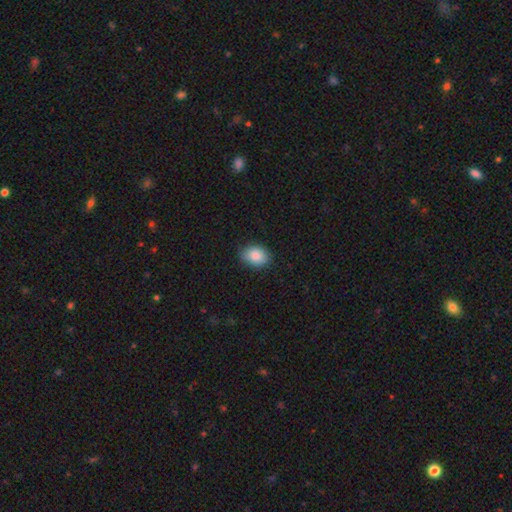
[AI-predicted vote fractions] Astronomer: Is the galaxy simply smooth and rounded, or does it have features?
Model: smooth — 87%.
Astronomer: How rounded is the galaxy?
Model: in between — 62%.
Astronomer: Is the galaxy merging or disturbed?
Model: none — 82%.